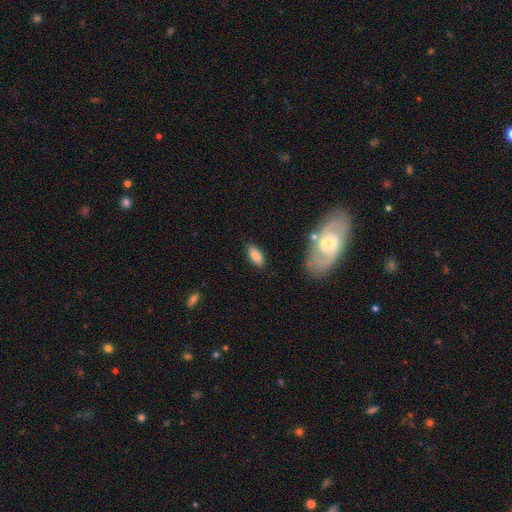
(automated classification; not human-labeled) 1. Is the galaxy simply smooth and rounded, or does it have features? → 82% smooth, 10% featured or disk, 7% star or artifact.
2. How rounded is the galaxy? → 86% in between, 11% cigar-shaped, 3% round.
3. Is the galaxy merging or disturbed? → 83% none, 12% minor disturbance, 3% major disturbance, 2% merger.